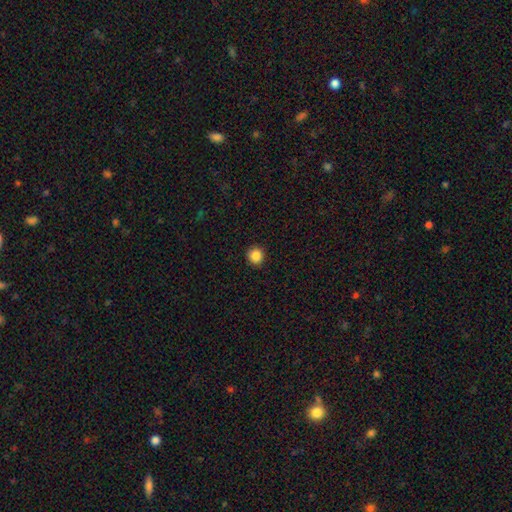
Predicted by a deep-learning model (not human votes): A smooth galaxy with no disk features (87%) that is round (94%). Merging: none (93%).